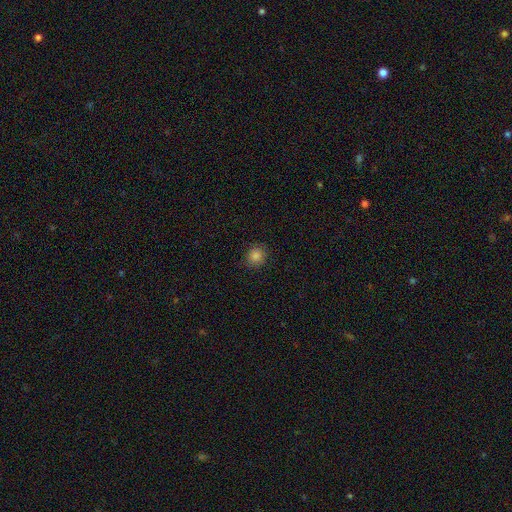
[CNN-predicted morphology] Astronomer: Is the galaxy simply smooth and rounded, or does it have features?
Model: smooth — 84%.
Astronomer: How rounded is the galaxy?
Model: round — 83%.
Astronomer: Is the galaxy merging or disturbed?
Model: none — 88%.